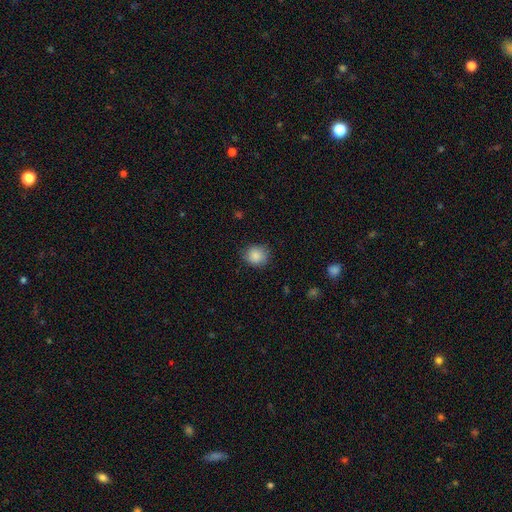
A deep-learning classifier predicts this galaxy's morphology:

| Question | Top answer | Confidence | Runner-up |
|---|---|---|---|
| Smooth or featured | smooth | 87% | star or artifact (9%) |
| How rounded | round | 79% | in between (20%) |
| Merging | none | 81% | minor disturbance (15%) |